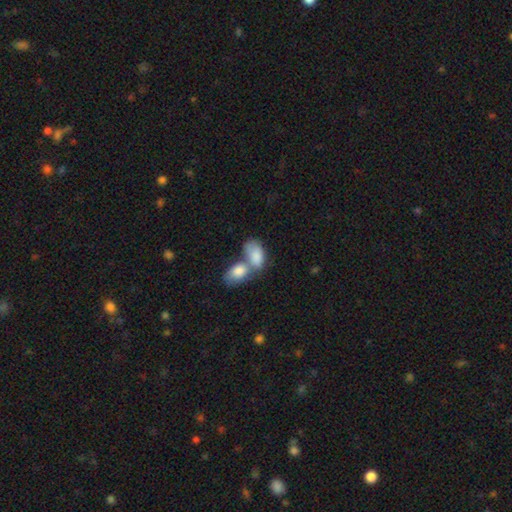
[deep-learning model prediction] A smooth galaxy with no disk features (81%) that is in between round and cigar-shaped (93%).

Vote fractions:
- Smooth or featured? smooth: 81% / featured or disk: 13% / star or artifact: 6%
- How rounded? in between: 93% / round: 6% / cigar-shaped: 2%
- Merging? merger: 69% / none: 16% / minor disturbance: 9% / major disturbance: 6%